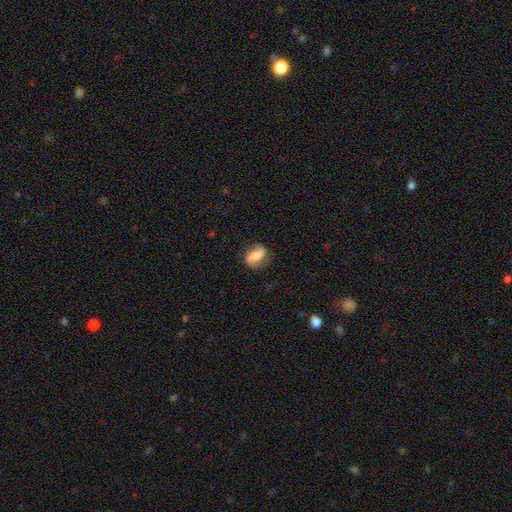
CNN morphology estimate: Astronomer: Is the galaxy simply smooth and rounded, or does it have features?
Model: featured or disk — 49% (runner-up: smooth, 42%).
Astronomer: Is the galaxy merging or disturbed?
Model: none — 75%.